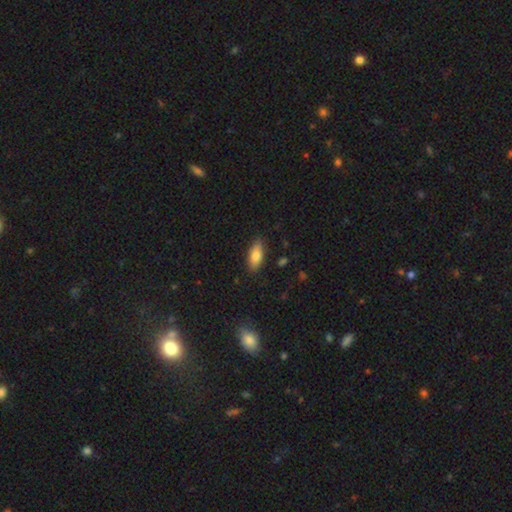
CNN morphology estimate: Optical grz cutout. It shows a smooth galaxy with no disk features (83%) that is in between round and cigar-shaped (84%). Merging: none (85%).